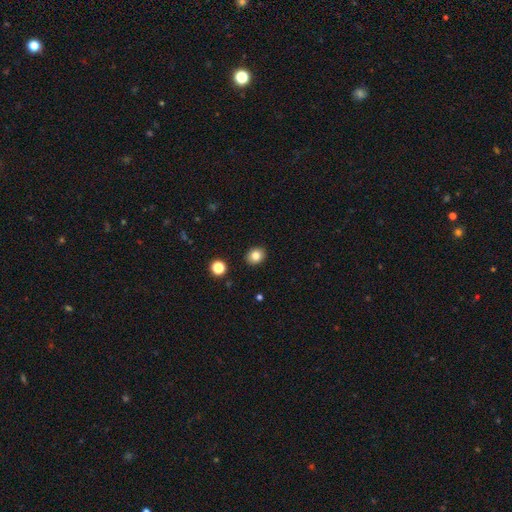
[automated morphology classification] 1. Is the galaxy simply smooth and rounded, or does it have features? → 83% smooth, 11% star or artifact, 7% featured or disk.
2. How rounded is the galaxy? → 59% round, 40% in between, 1% cigar-shaped.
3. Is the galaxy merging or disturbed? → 90% none, 7% minor disturbance, 2% major disturbance, 1% merger.